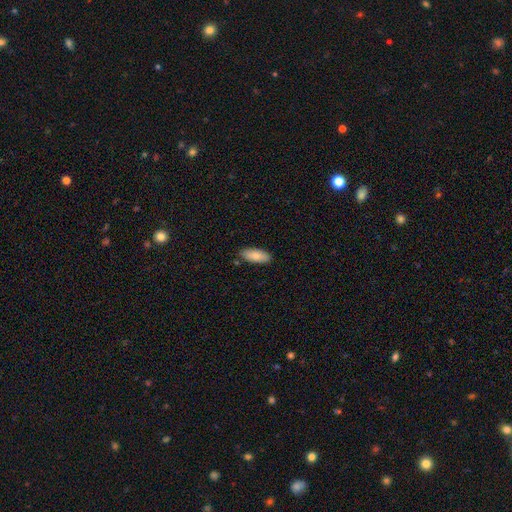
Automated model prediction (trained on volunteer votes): A smooth galaxy with no disk features (81%) that is in between round and cigar-shaped (83%). Merging: none (86%).